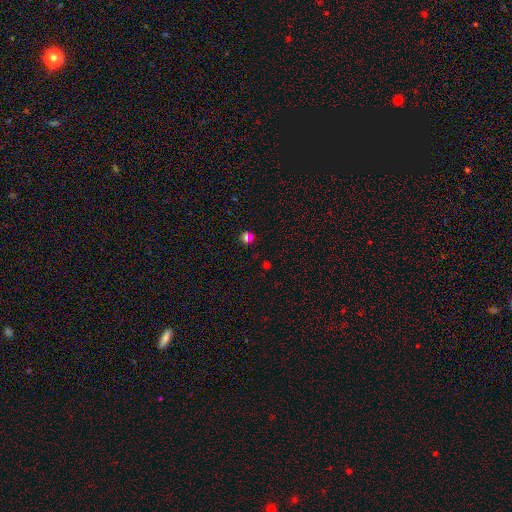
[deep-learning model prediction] This appears to be a smooth galaxy with no disk features (63%) that is round (83%). Merging: none (75%).